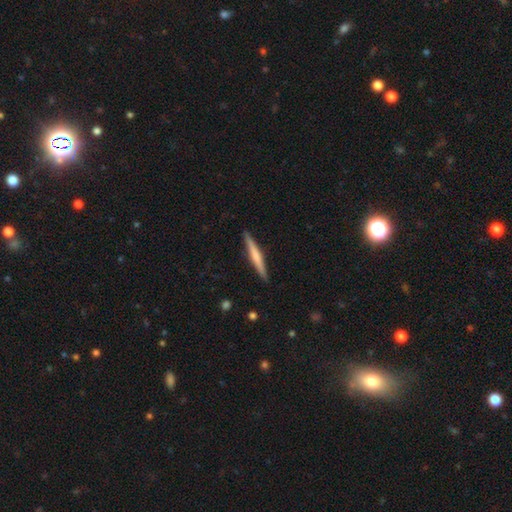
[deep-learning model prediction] smooth_or_featured: featured or disk (p=0.48) [alt: smooth p=0.47]
merging: none (p=0.91) [alt: minor disturbance p=0.07]